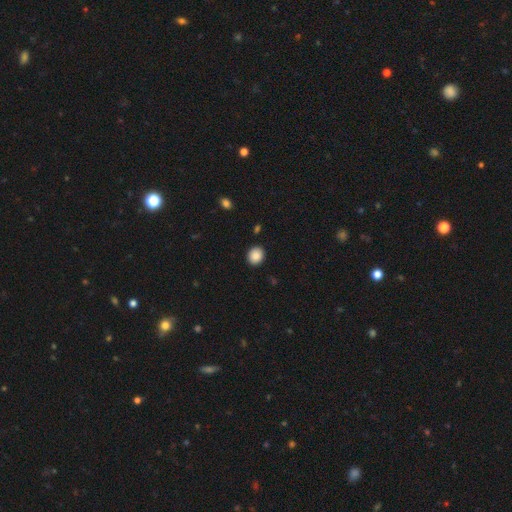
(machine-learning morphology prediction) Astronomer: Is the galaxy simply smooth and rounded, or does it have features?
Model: smooth — 88%.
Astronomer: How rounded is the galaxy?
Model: round — 72%.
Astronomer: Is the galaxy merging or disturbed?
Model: none — 90%.